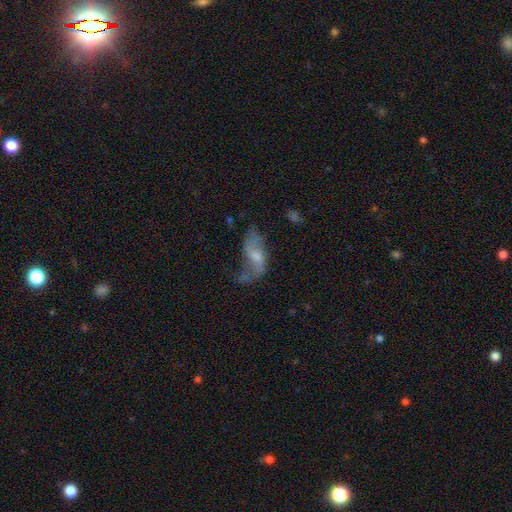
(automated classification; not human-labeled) smooth-or-featured: featured or disk: 56% | smooth: 35% | star or artifact: 9%
  disk-edge-on: no: 92% | yes: 8%
    bar: no: 50% | weak: 40% | strong: 10%
    has-spiral-arms: yes: 64% | no: 36%
    bulge-size: moderate: 41% | small: 36% | none: 16% | large: 6% | dominant: 1%
  merging: none: 36% | major disturbance: 31% | minor disturbance: 26% | merger: 7%